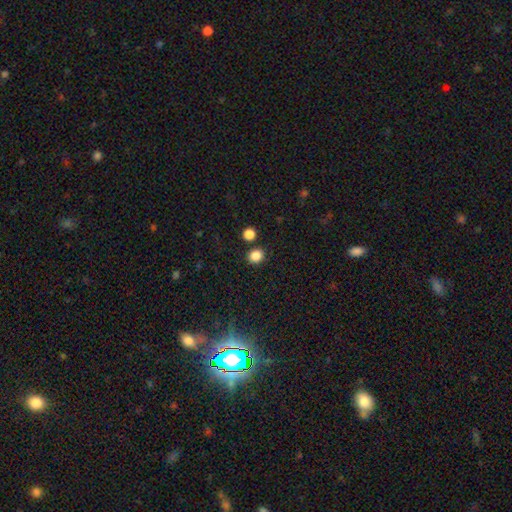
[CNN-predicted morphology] Smooth or featured? smooth (85%)
How rounded? round (74%)
Merging? none (83%)